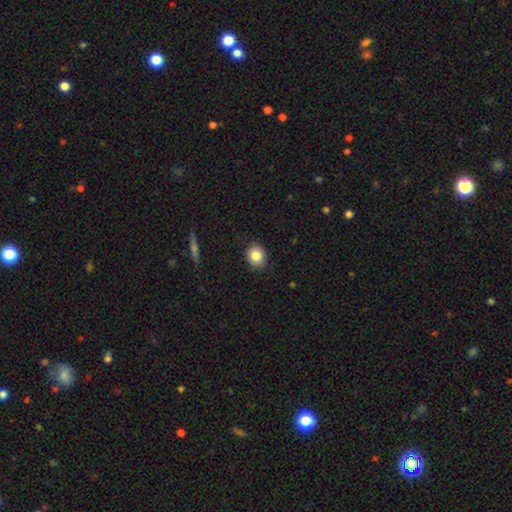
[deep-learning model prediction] A smooth galaxy with no disk features (83%) that is round (57%). Merging: none (89%).